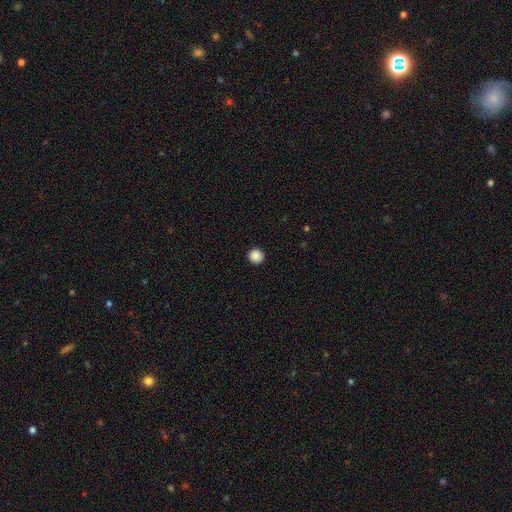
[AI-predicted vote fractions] A smooth galaxy with no disk features (88%) that is round (95%).

Vote fractions:
- Smooth or featured? smooth: 88% / star or artifact: 9% / featured or disk: 2%
- How rounded? round: 95% / in between: 4% / cigar-shaped: 1%
- Merging? none: 93% / minor disturbance: 4% / major disturbance: 2% / merger: 1%